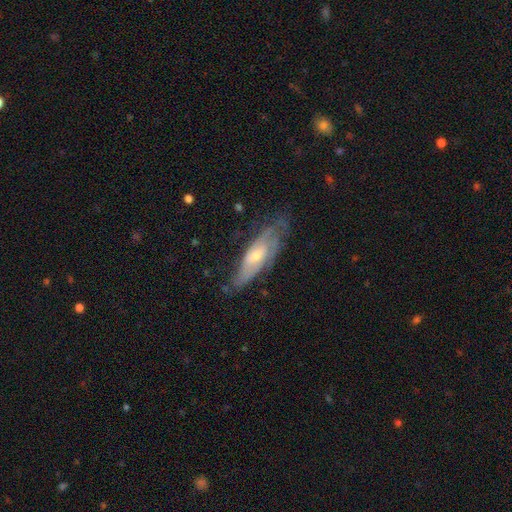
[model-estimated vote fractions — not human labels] smooth-or-featured: featured or disk: 71% | smooth: 22% | star or artifact: 7%
  disk-edge-on: no: 75% | yes: 25%
    bar: no: 66% | weak: 28% | strong: 6%
    has-spiral-arms: yes: 84% | no: 16%
    bulge-size: small: 53% | moderate: 42% | large: 2% | none: 2% | dominant: 1%
  merging: none: 65% | minor disturbance: 25% | major disturbance: 9% | merger: 2%